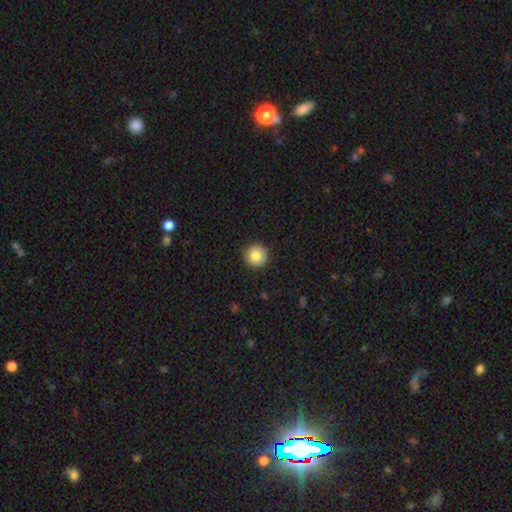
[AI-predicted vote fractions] Smooth or featured?
  - smooth: 85% *
  - star or artifact: 9%
  - featured or disk: 6%
How rounded?
  - round: 96% *
  - in between: 3%
  - cigar-shaped: 1%
Merging?
  - none: 93% *
  - minor disturbance: 5%
  - major disturbance: 2%
  - merger: 1%